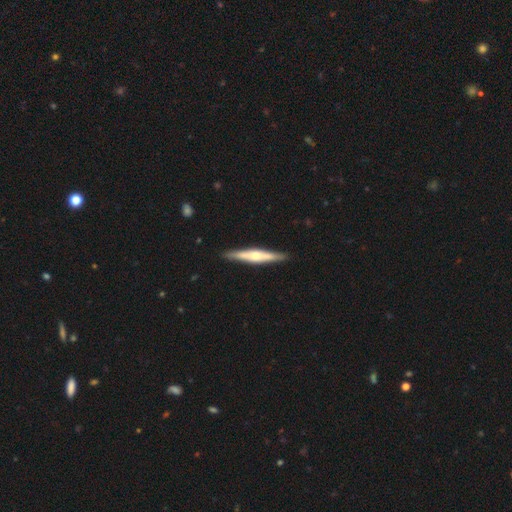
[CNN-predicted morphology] This appears to be a featured or disk galaxy (61%) viewed edge-on (96%) with a rounded central bulge (80%). Merging: none (90%).